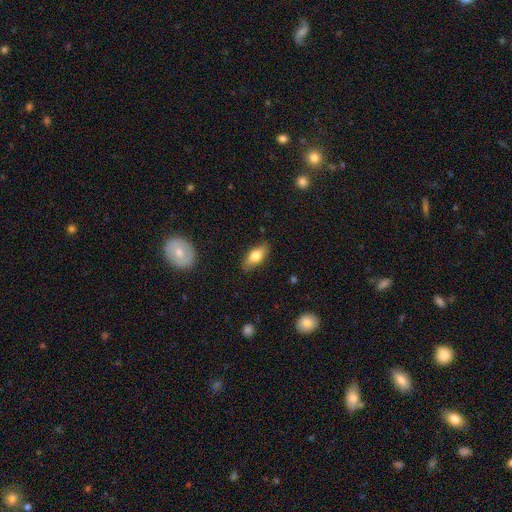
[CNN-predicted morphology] Smooth or featured: smooth — 73% (featured or disk — 20%)
How rounded: in between — 83% (cigar-shaped — 13%)
Merging: none — 85% (minor disturbance — 12%)